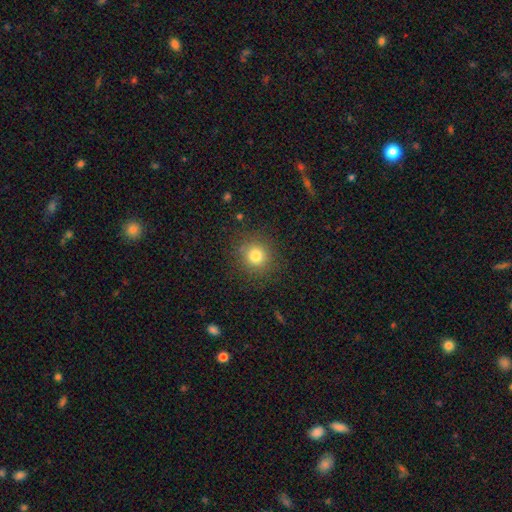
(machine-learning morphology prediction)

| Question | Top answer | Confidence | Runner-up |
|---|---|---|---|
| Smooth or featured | smooth | 79% | star or artifact (13%) |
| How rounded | round | 90% | in between (9%) |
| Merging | none | 87% | minor disturbance (8%) |